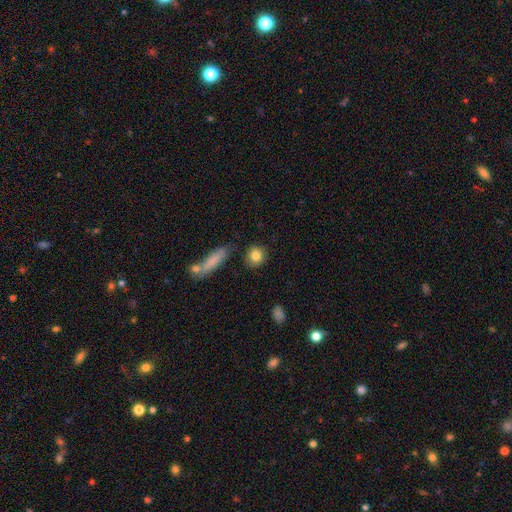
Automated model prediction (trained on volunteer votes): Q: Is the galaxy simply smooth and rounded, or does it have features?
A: smooth — 84%.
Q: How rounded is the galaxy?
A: round — 77%.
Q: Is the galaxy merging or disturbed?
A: none — 82%.